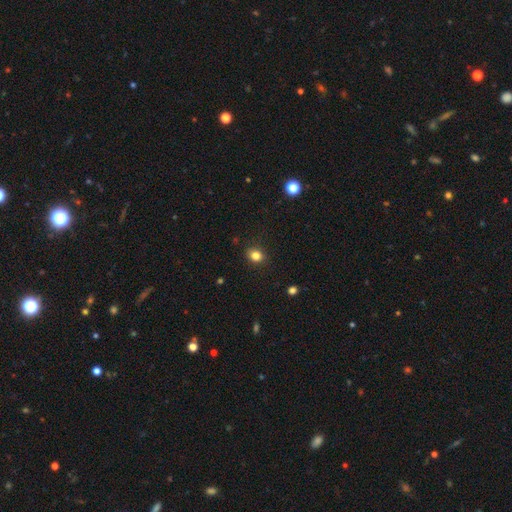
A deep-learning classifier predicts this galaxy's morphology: smooth_or_featured: smooth (p=0.83) [alt: star or artifact p=0.12]
how_rounded: round (p=0.56) [alt: in between p=0.43]
merging: none (p=0.88) [alt: minor disturbance p=0.09]